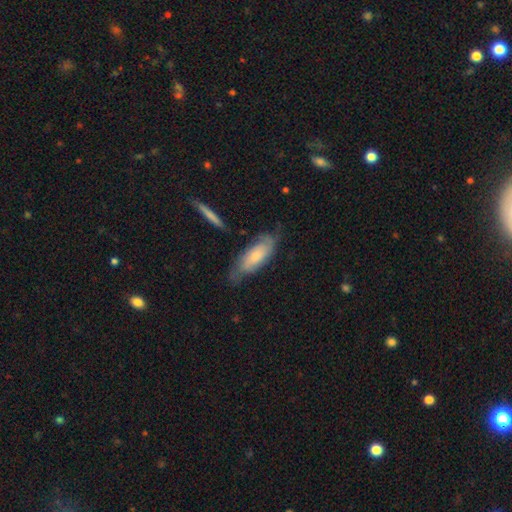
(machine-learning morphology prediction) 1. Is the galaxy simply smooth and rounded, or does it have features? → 47% smooth, 46% featured or disk, 6% star or artifact.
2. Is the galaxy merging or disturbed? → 61% none, 26% minor disturbance, 9% major disturbance, 3% merger.